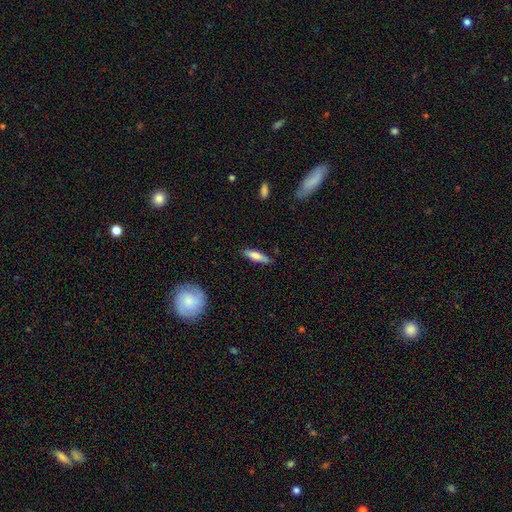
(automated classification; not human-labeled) Morphology: type=smooth (73%); roundness=cigar-shaped (68%); merging=none (84%).